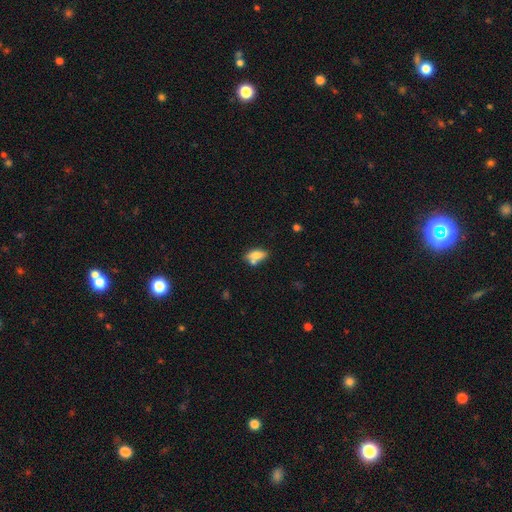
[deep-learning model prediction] Smooth or featured? Predicted: smooth (p=0.72). How rounded? Predicted: in between (p=0.83). Merging? Predicted: none (p=0.53).